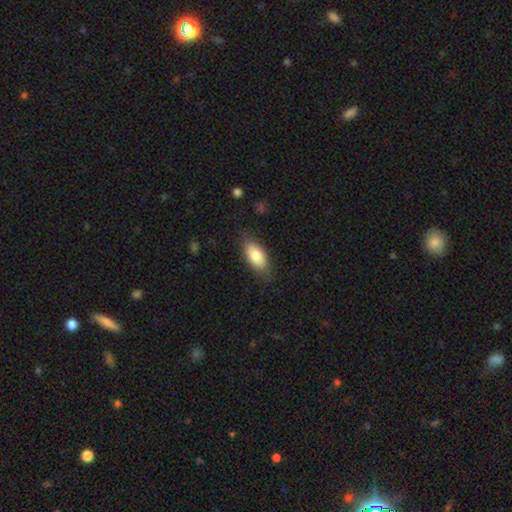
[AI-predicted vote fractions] This appears to be a smooth galaxy with no disk features (80%) that is in between round and cigar-shaped (89%). Merging: none (79%).